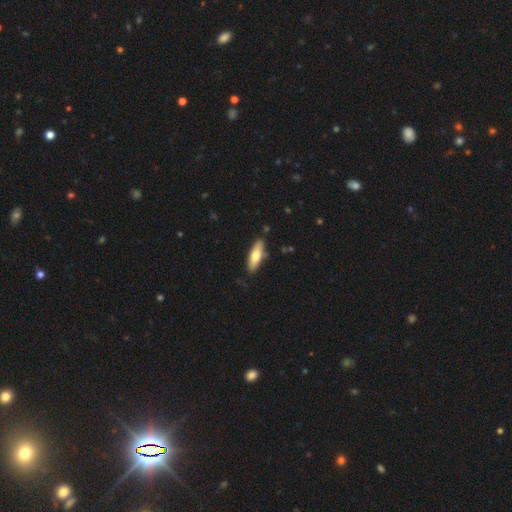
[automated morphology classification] smooth 69%, featured or disk 26%, star or artifact 5%. Down the decision tree: how rounded — in between (52%); merging — none (84%).